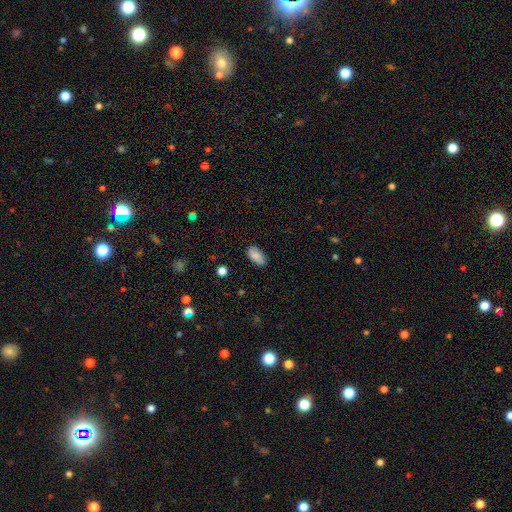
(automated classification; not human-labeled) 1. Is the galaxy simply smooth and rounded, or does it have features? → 83% smooth, 10% featured or disk, 7% star or artifact.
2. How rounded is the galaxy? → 94% in between, 3% round, 3% cigar-shaped.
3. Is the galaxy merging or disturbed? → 83% none, 14% minor disturbance, 3% major disturbance, 1% merger.